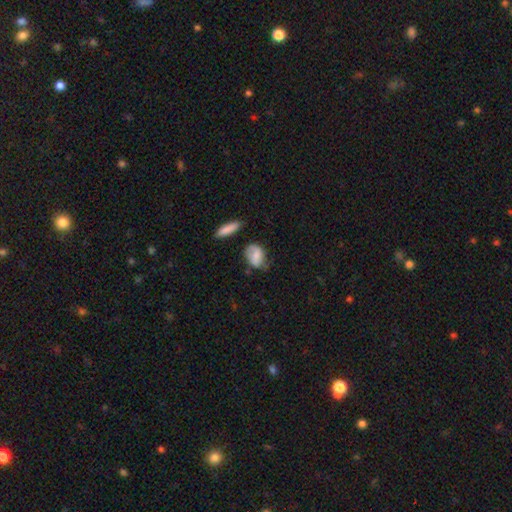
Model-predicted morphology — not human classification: Q: Smooth or featured?
A: smooth (73%); runner-up: featured or disk (19%)
Q: How rounded?
A: in between (73%); runner-up: round (24%)
Q: Merging?
A: none (50%); runner-up: minor disturbance (34%)